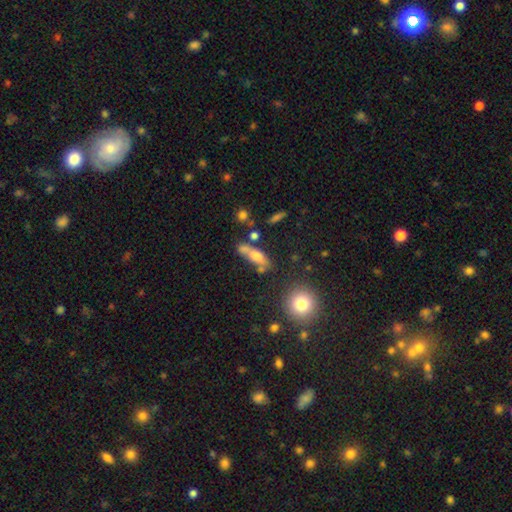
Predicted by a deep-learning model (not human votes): smooth_or_featured: smooth (p=0.50) [alt: featured or disk p=0.35]
merging: none (p=0.55) [alt: merger p=0.18]